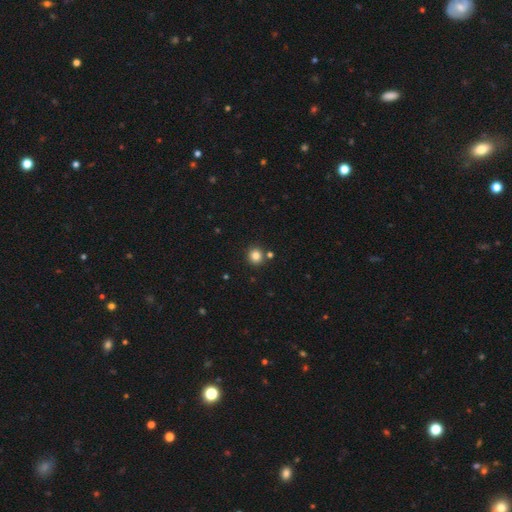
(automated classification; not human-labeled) Smooth or featured?
  - smooth: 83% *
  - star or artifact: 12%
  - featured or disk: 5%
How rounded?
  - round: 91% *
  - in between: 8%
  - cigar-shaped: 1%
Merging?
  - none: 84% *
  - merger: 7%
  - minor disturbance: 7%
  - major disturbance: 2%